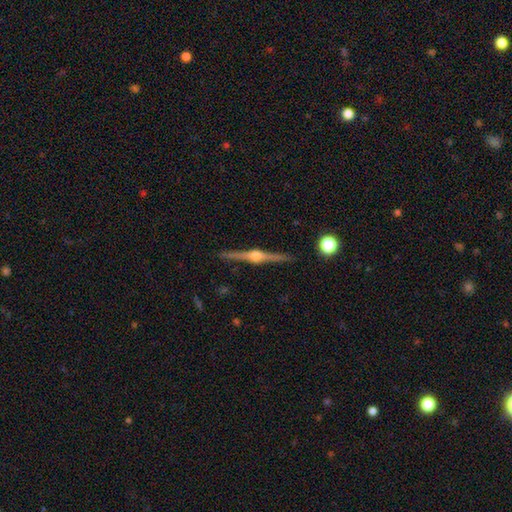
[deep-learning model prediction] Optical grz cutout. It shows a featured or disk galaxy (86%) viewed edge-on (99%) with a rounded central bulge (93%). Merging: none (91%).